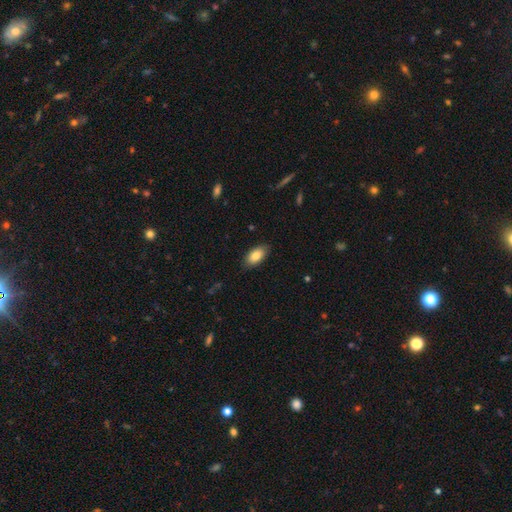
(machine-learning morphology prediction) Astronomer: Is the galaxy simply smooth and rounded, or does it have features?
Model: smooth — 85%.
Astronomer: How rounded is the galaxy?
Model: in between — 93%.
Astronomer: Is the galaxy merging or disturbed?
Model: none — 87%.